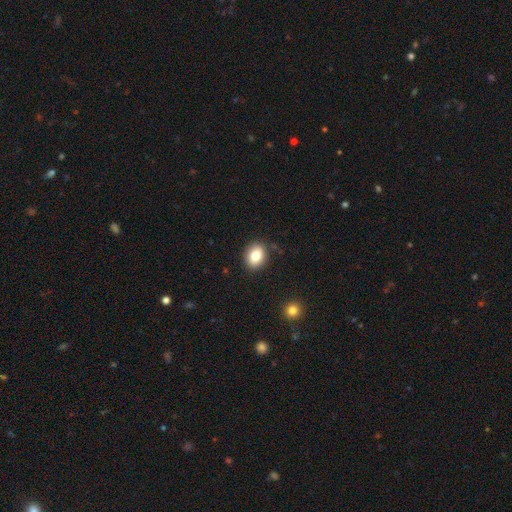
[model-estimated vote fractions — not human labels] Smooth or featured: smooth — 81% (featured or disk — 10%)
How rounded: in between — 59% (round — 40%)
Merging: none — 88% (minor disturbance — 8%)